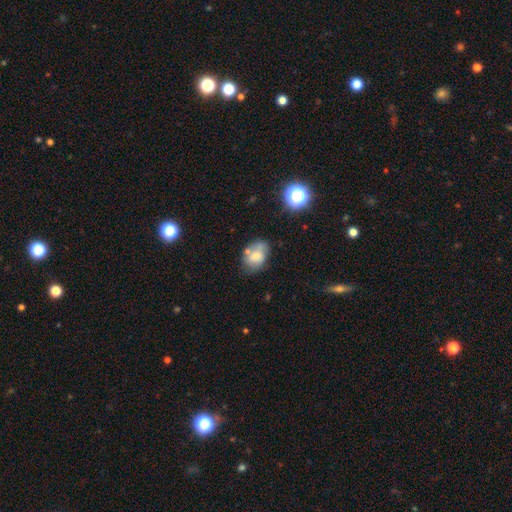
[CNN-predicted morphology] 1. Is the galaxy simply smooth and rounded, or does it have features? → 69% smooth, 21% featured or disk, 10% star or artifact.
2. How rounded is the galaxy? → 78% in between, 21% round, 1% cigar-shaped.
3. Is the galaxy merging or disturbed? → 52% none, 27% minor disturbance, 12% merger, 9% major disturbance.